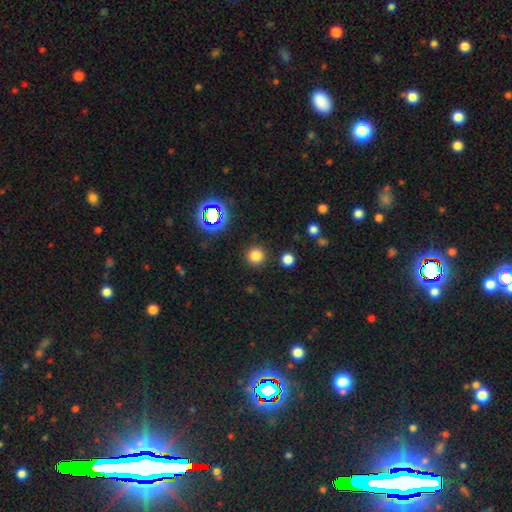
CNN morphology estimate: Smooth or featured?
  - smooth: 77% *
  - star or artifact: 18%
  - featured or disk: 5%
How rounded?
  - round: 95% *
  - in between: 4%
  - cigar-shaped: 1%
Merging?
  - none: 90% *
  - minor disturbance: 6%
  - major disturbance: 3%
  - merger: 2%